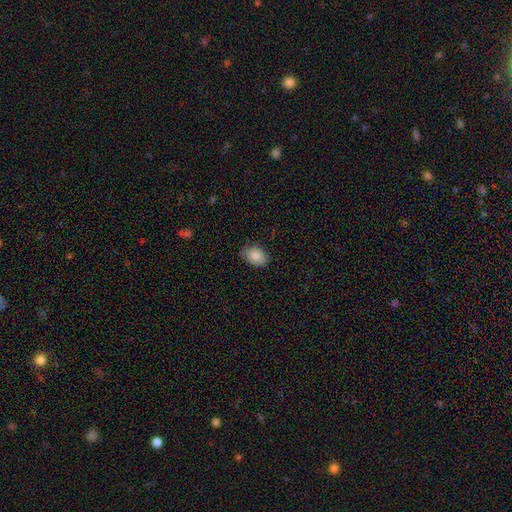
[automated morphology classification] A smooth galaxy with no disk features (87%) that is in between round and cigar-shaped (81%). Merging: none (78%).